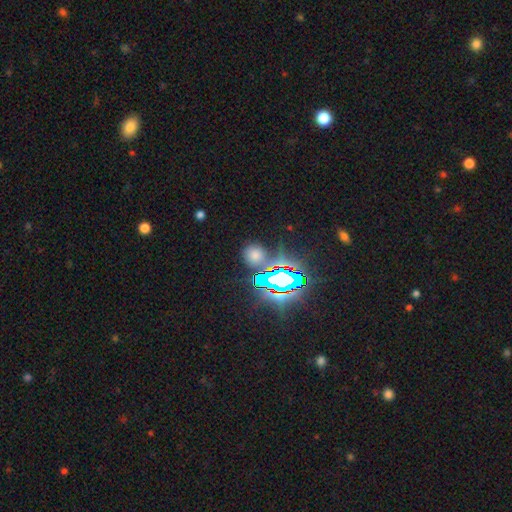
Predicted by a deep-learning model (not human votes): This is possibly a star or artifact rather than a galaxy (50%).